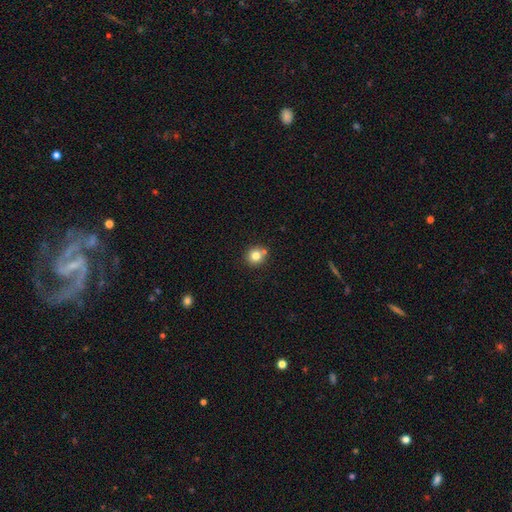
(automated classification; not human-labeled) Morphology: type=smooth (80%); roundness=round (90%); merging=none (73%).